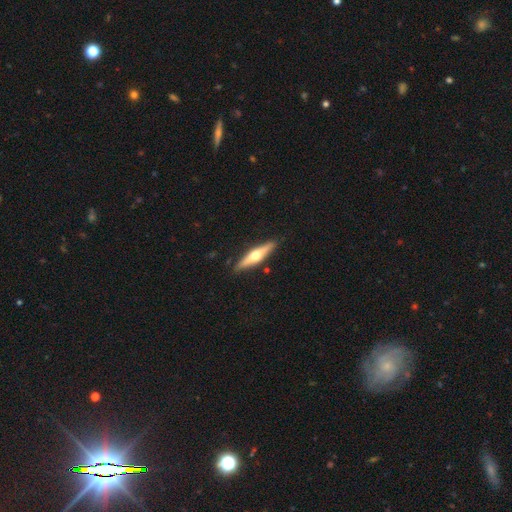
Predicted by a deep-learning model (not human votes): A featured or disk galaxy (66%) viewed edge-on (96%) with a rounded central bulge (95%). Merging: none (89%).